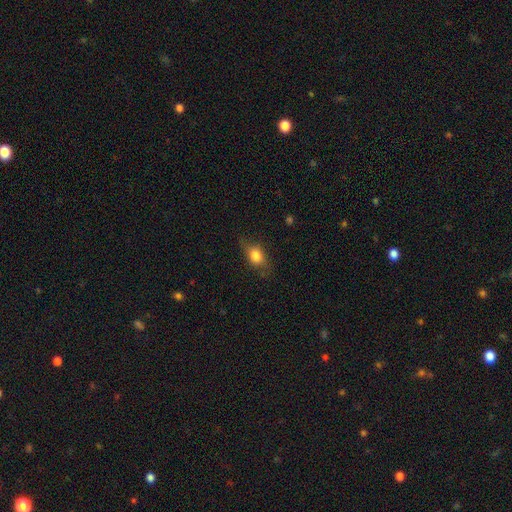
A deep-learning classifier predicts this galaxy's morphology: This appears to be a smooth galaxy with no disk features (78%) that is in between round and cigar-shaped (66%). Merging: none (71%).